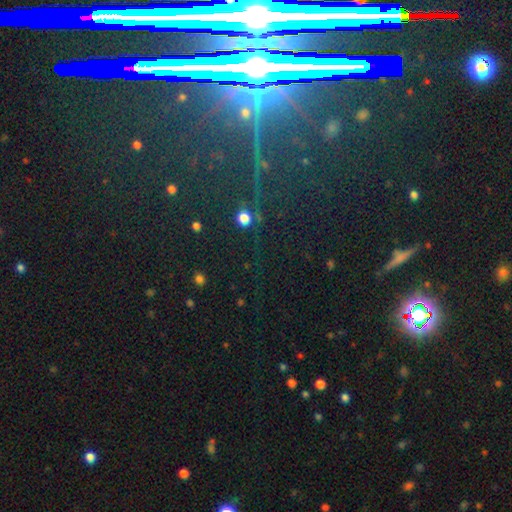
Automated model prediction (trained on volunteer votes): A star or artifact, not a galaxy (75%).